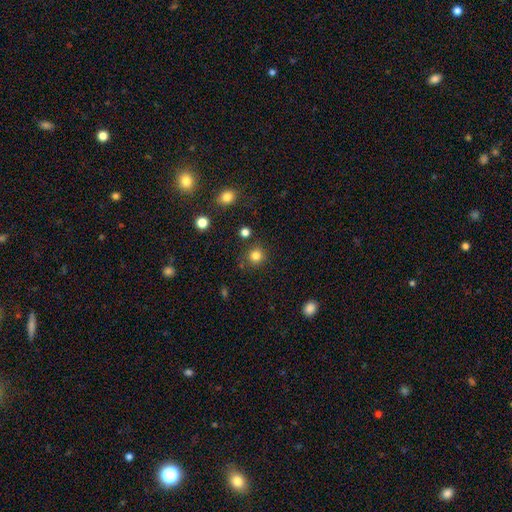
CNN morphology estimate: This is clearly a smooth galaxy (82%). How rounded: clearly round (92%). Merging: clearly none (85%).